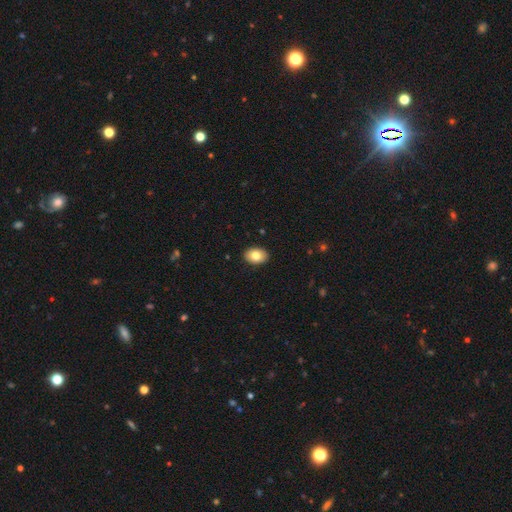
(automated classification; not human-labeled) Smooth or featured? Predicted: smooth (p=0.81). How rounded? Predicted: in between (p=0.82). Merging? Predicted: none (p=0.91).